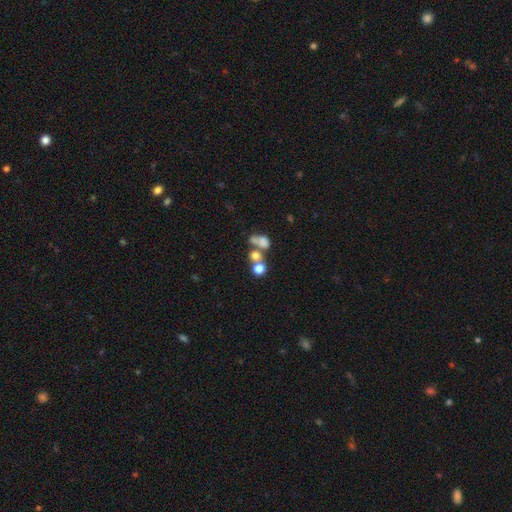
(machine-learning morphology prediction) Smooth or featured?
  - smooth: 64% *
  - featured or disk: 19%
  - star or artifact: 18%
How rounded?
  - round: 60% *
  - in between: 38%
  - cigar-shaped: 2%
Merging?
  - merger: 52% *
  - none: 30%
  - major disturbance: 10%
  - minor disturbance: 8%